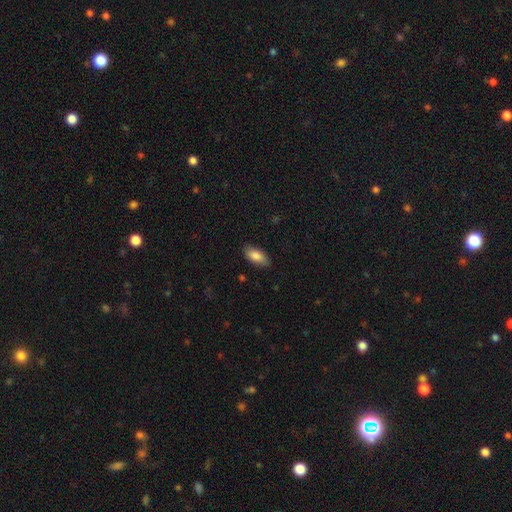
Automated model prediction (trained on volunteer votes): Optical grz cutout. It shows a smooth galaxy with no disk features (85%) that is in between round and cigar-shaped (90%). Merging: none (85%).